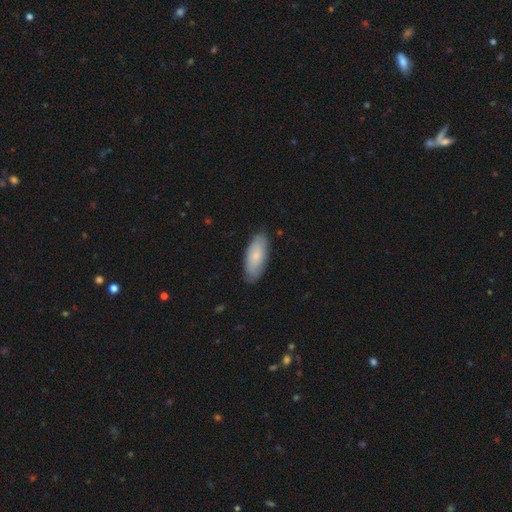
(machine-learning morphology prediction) smooth 74%, featured or disk 21%, star or artifact 6%. Down the decision tree: how rounded — in between (83%); merging — none (82%).